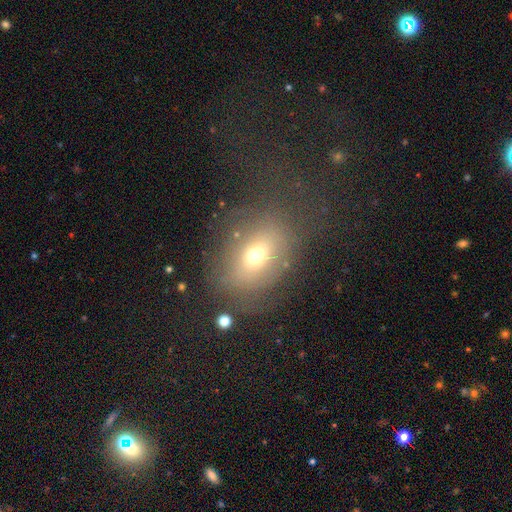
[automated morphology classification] smooth-or-featured: smooth: 61% | featured or disk: 24% | star or artifact: 15%
  how-rounded: in between: 62% | round: 37% | cigar-shaped: 2%
  merging: none: 55% | major disturbance: 22% | minor disturbance: 19% | merger: 4%